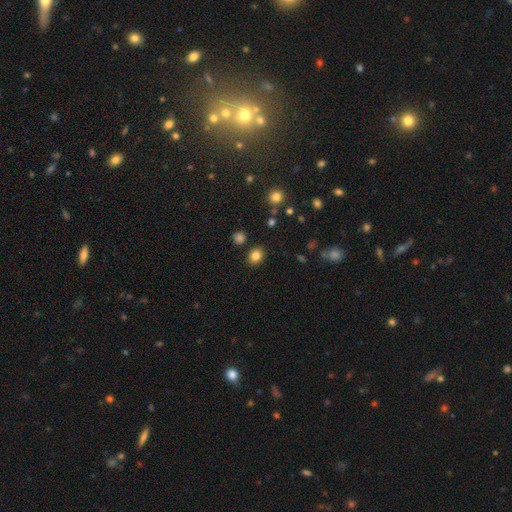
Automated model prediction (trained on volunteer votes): Q: Smooth or featured?
A: smooth (83%); runner-up: star or artifact (12%)
Q: How rounded?
A: round (58%); runner-up: in between (41%)
Q: Merging?
A: none (86%); runner-up: minor disturbance (8%)